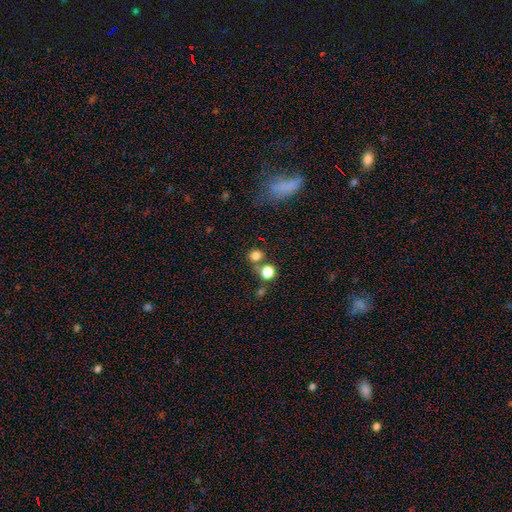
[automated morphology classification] Smooth or featured? Predicted: smooth (p=0.77). How rounded? Predicted: round (p=0.85). Merging? Predicted: none (p=0.62).